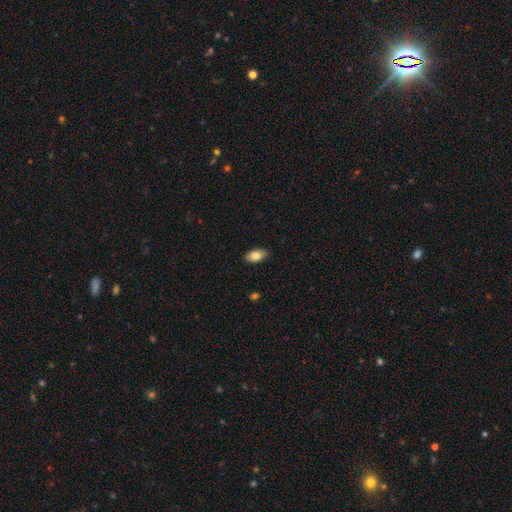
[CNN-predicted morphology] Overall: smooth (81%). How rounded: in between (92%). Merging: none (87%).